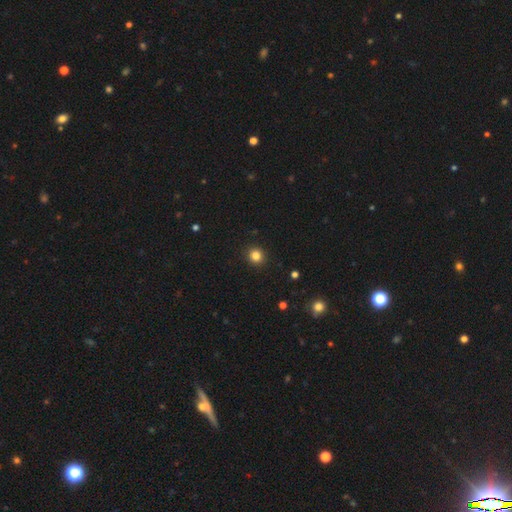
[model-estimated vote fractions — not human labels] A smooth galaxy with no disk features (83%) that is round (92%). Merging: none (93%).